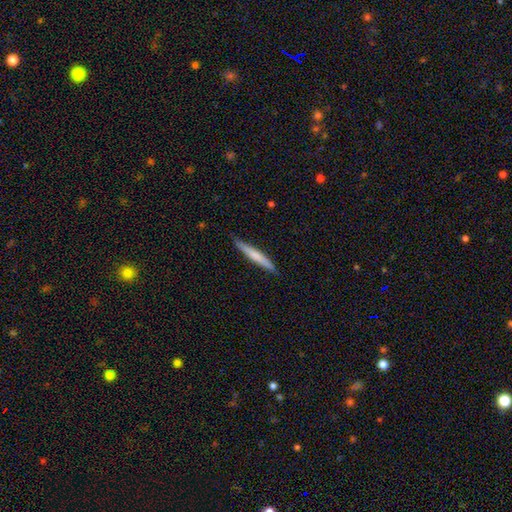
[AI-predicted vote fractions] Smooth or featured: smooth — 59% (featured or disk — 35%)
How rounded: cigar-shaped — 96% (in between — 3%)
Merging: none — 88% (minor disturbance — 9%)